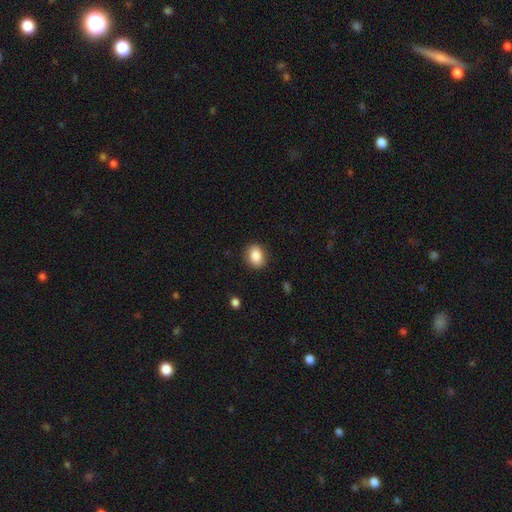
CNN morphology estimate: A smooth galaxy with no disk features (87%) that is in between round and cigar-shaped (62%).

Vote fractions:
- Smooth or featured? smooth: 87% / star or artifact: 8% / featured or disk: 5%
- How rounded? in between: 62% / round: 37% / cigar-shaped: 1%
- Merging? none: 87% / minor disturbance: 9% / major disturbance: 3% / merger: 1%